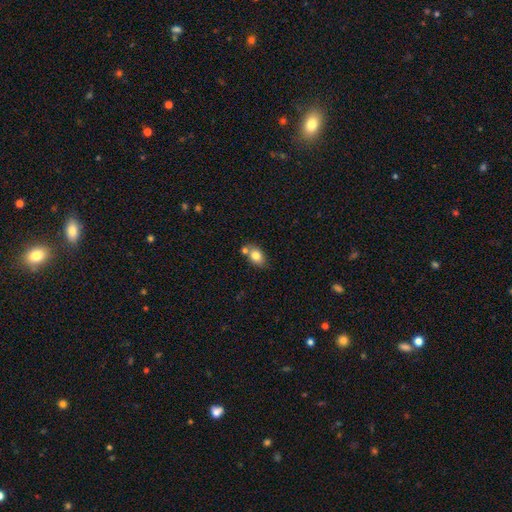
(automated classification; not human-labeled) Overall: smooth (79%). How rounded: in between (75%). Merging: none (57%; merger 24%).